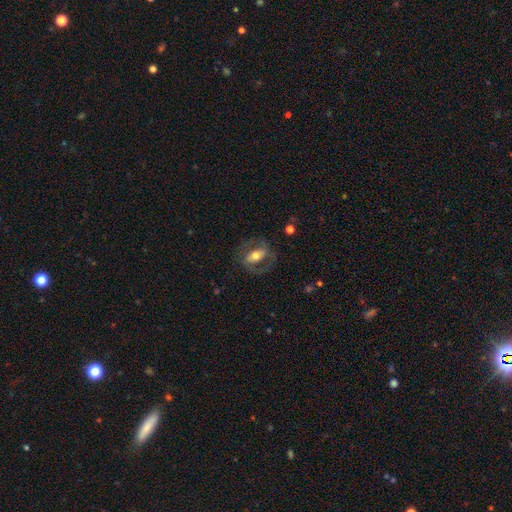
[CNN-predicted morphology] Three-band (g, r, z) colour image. It shows a featured or disk galaxy (58%) with a strong bar (41%), spiral arms (55%) and a moderate central bulge (62%). Merging: none (69%).